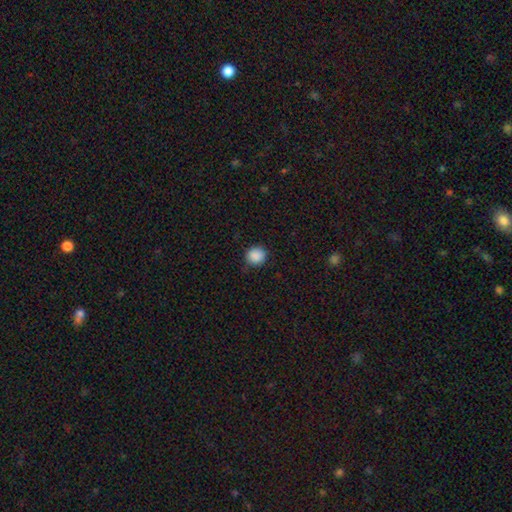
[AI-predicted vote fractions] smooth_or_featured: smooth (p=0.88) [alt: star or artifact p=0.09]
how_rounded: round (p=0.88) [alt: in between p=0.11]
merging: none (p=0.83) [alt: minor disturbance p=0.13]